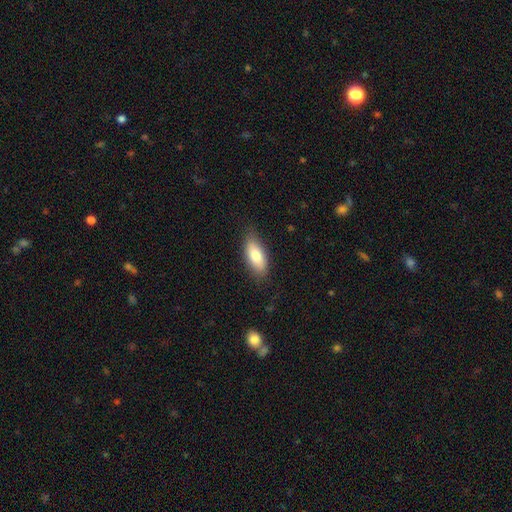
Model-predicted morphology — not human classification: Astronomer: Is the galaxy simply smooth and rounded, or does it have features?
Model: smooth — 79%.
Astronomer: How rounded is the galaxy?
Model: in between — 83%.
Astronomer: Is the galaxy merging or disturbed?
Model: none — 81%.